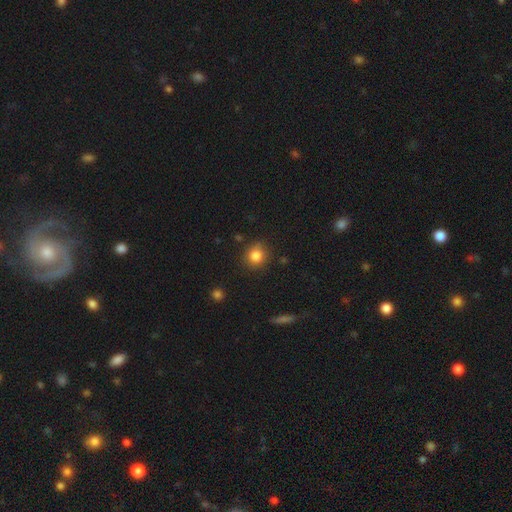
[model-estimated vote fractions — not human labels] This appears to be a smooth galaxy with no disk features (83%) that is round (86%). Merging: none (84%).